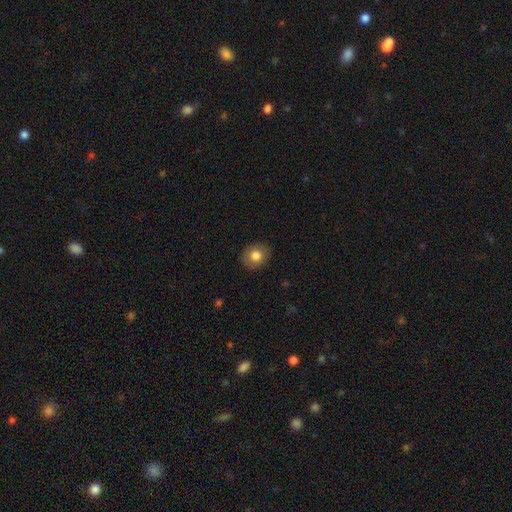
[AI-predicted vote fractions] A smooth galaxy with no disk features (80%) that is round (65%).

Vote fractions:
- Smooth or featured? smooth: 80% / featured or disk: 11% / star or artifact: 9%
- How rounded? round: 65% / in between: 34% / cigar-shaped: 1%
- Merging? none: 87% / minor disturbance: 9% / major disturbance: 2% / merger: 1%